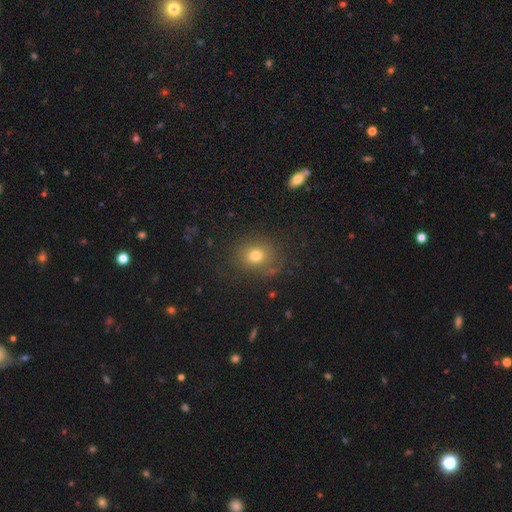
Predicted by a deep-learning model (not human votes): This appears to be a smooth galaxy with no disk features (74%) that is round (66%). Merging: none (79%).